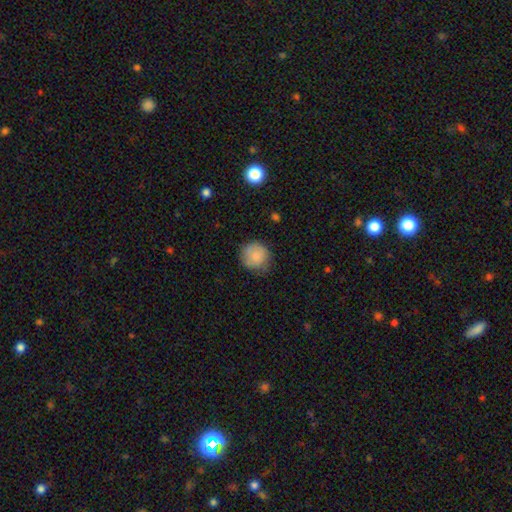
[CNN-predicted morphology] smooth 84%, featured or disk 8%, star or artifact 7%. Down the decision tree: how rounded — round (91%); merging — none (75%).